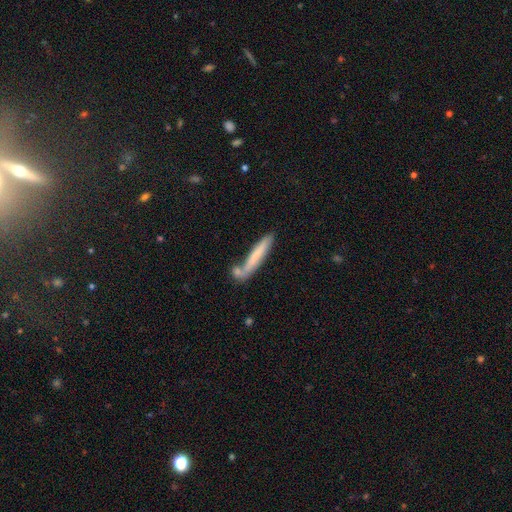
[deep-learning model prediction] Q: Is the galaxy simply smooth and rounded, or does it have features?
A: smooth — 67%.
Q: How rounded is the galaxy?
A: cigar-shaped — 93%.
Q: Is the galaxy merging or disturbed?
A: none — 60%.